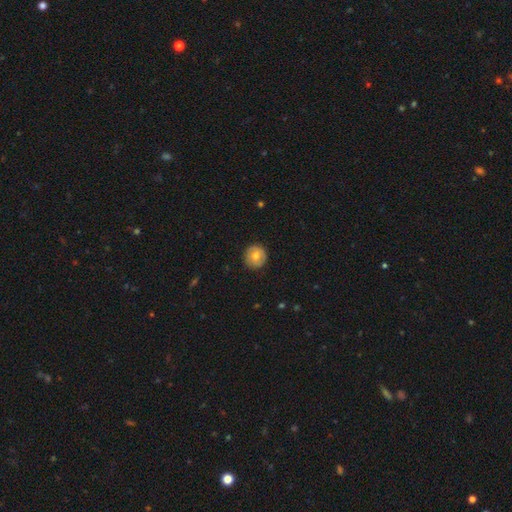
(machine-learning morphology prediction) smooth-or-featured: smooth: 65% | featured or disk: 27% | star or artifact: 8%
  how-rounded: round: 94% | in between: 5% | cigar-shaped: 1%
  merging: none: 88% | minor disturbance: 9% | major disturbance: 2% | merger: 1%